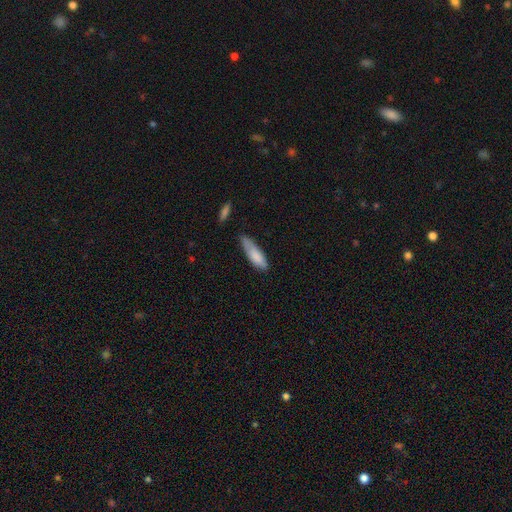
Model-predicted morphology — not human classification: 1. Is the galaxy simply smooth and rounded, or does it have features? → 83% smooth, 11% featured or disk, 6% star or artifact.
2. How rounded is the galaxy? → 56% cigar-shaped, 43% in between, 1% round.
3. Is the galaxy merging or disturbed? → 56% none, 33% minor disturbance, 7% major disturbance, 4% merger.